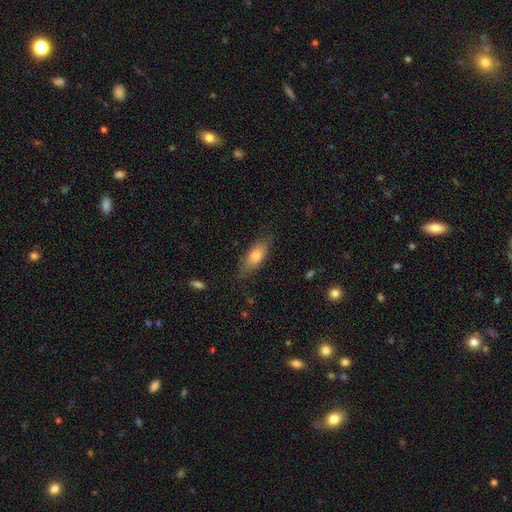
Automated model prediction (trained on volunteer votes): Overall: smooth (73%). How rounded: in between (69%). Merging: none (79%).